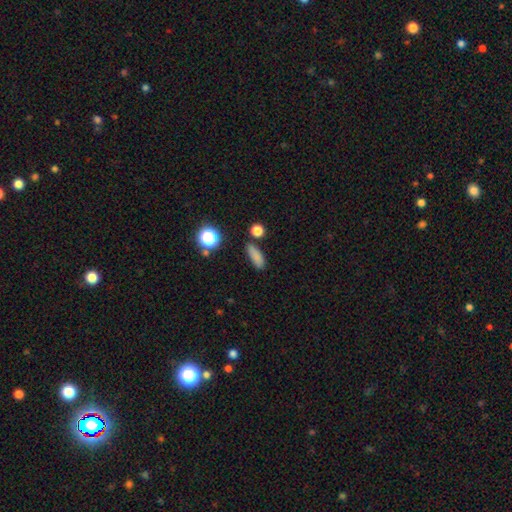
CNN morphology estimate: Smooth or featured?
  - smooth: 81% *
  - star or artifact: 13%
  - featured or disk: 6%
How rounded?
  - in between: 50% *
  - cigar-shaped: 41%
  - round: 9%
Merging?
  - none: 77% *
  - minor disturbance: 14%
  - merger: 5%
  - major disturbance: 4%